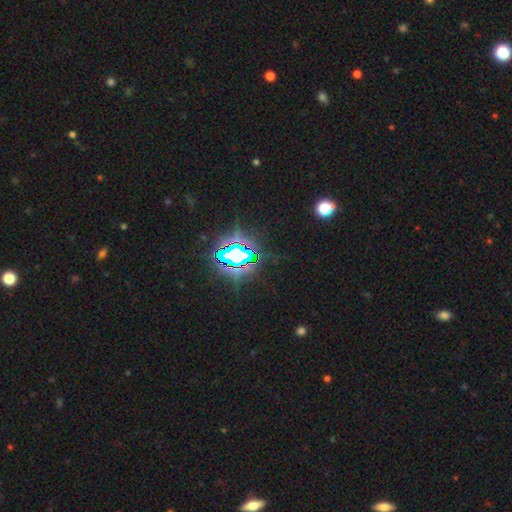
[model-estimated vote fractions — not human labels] This is likely a star or artifact rather than a galaxy (79%).